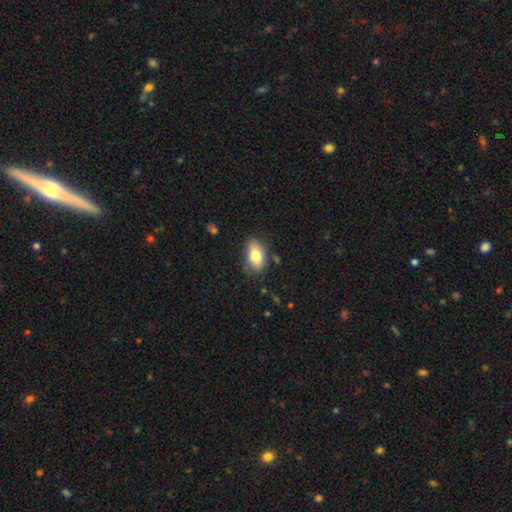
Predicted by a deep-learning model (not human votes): Q: Smooth or featured?
A: smooth (79%); runner-up: featured or disk (14%)
Q: How rounded?
A: in between (91%); runner-up: round (6%)
Q: Merging?
A: none (71%); runner-up: minor disturbance (21%)